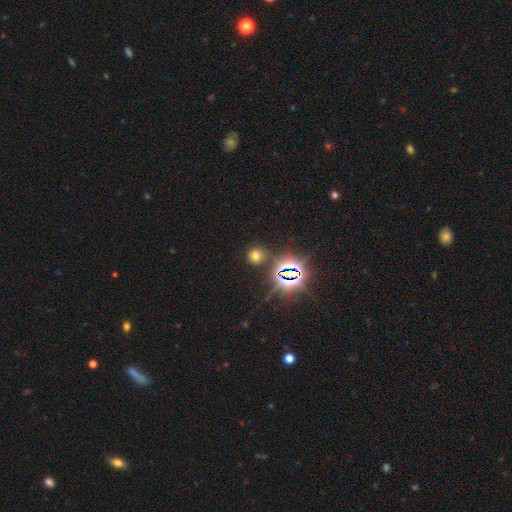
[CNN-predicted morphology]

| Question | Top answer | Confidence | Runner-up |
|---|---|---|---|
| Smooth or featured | smooth | 59% | star or artifact (34%) |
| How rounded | round | 89% | in between (10%) |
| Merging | none | 83% | minor disturbance (9%) |